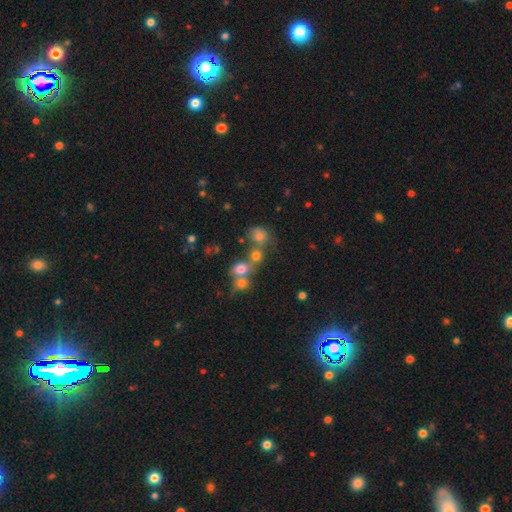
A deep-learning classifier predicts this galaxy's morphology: Smooth or featured? Predicted: smooth (p=0.54). How rounded? Predicted: round (p=0.73). Merging? Predicted: none (p=0.43, tied with merger).